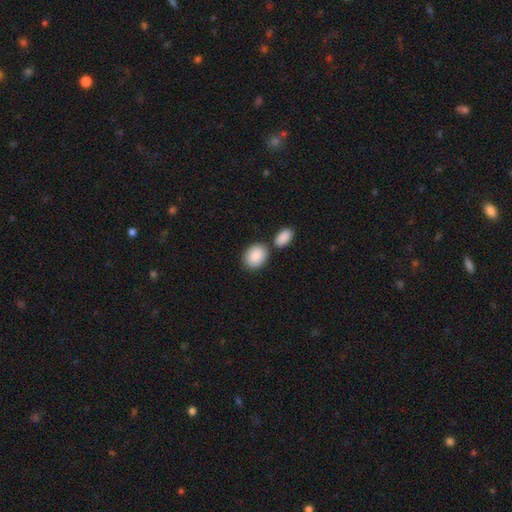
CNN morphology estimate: A smooth galaxy with no disk features (89%) that is in between round and cigar-shaped (70%). Merging: none (61%).